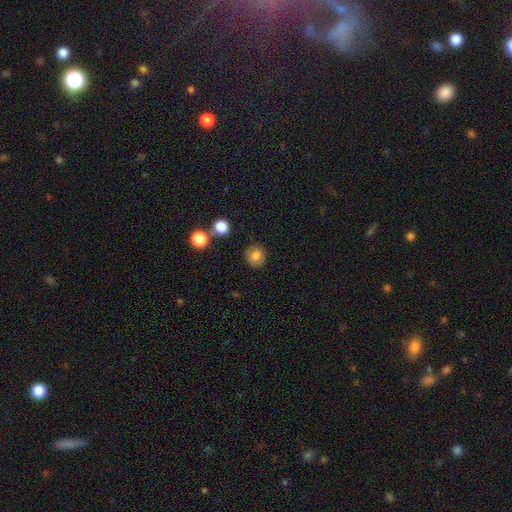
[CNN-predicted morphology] Smooth or featured: smooth — 80% (star or artifact — 11%)
How rounded: round — 82% (in between — 17%)
Merging: none — 83% (minor disturbance — 11%)